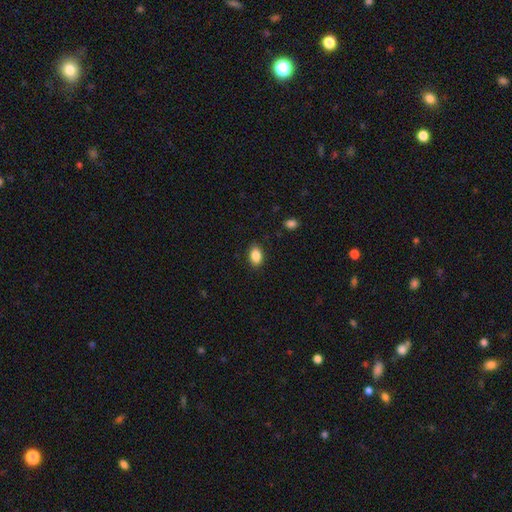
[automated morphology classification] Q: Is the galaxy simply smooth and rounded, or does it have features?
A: smooth — 87%.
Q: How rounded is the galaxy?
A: in between — 86%.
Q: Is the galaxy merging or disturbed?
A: none — 88%.